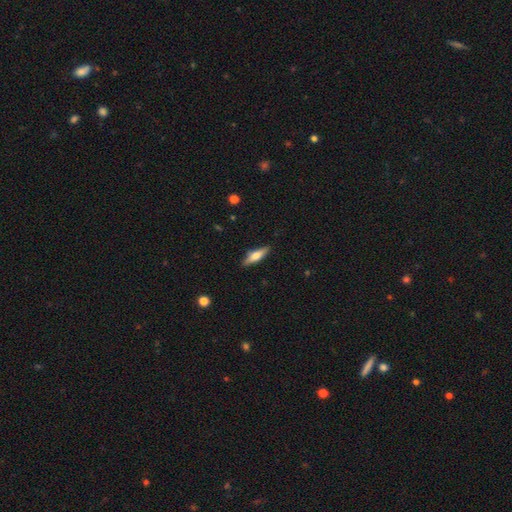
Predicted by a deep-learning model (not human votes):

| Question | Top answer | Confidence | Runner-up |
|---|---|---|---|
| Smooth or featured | smooth | 50% | featured or disk (44%) |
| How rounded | cigar-shaped | 63% | in between (35%) |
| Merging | none | 86% | minor disturbance (11%) |